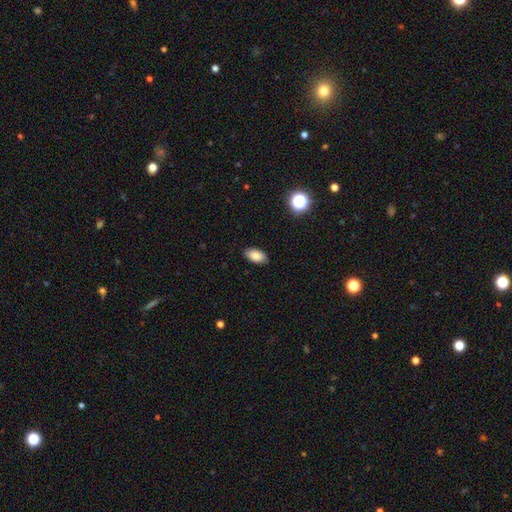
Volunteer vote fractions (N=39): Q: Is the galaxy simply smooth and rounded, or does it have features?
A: smooth — 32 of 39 (82%).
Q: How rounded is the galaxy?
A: in between — 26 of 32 (81%).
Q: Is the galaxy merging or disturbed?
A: none — 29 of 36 (81%).